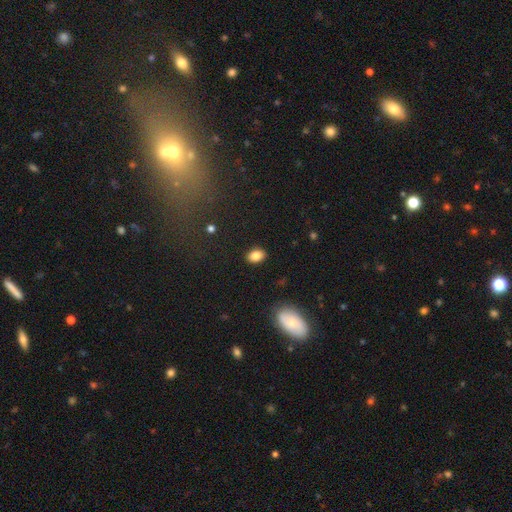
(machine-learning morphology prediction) Smooth or featured? Predicted: smooth (p=0.85). How rounded? Predicted: in between (p=0.75). Merging? Predicted: none (p=0.88).